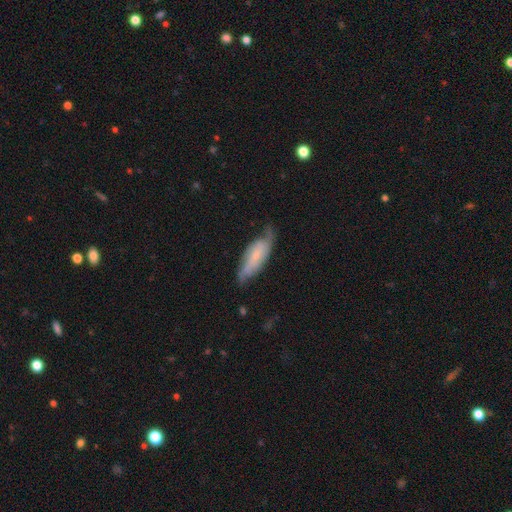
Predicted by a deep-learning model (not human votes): A featured or disk galaxy (61%).

Vote fractions:
- Smooth or featured? featured or disk: 61% / smooth: 33% / star or artifact: 6%
- Edge-on disk? no: 81% / yes: 19%
- Merging? none: 62% / minor disturbance: 27% / major disturbance: 9% / merger: 2%